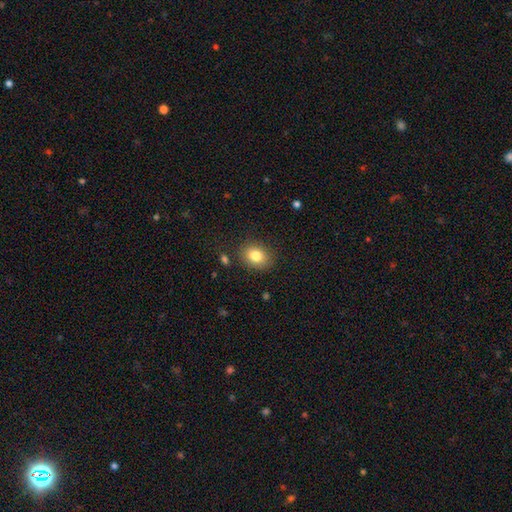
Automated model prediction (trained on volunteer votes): smooth 82%, star or artifact 10%, featured or disk 9%. Down the decision tree: how rounded — in between (55%); merging — none (84%).